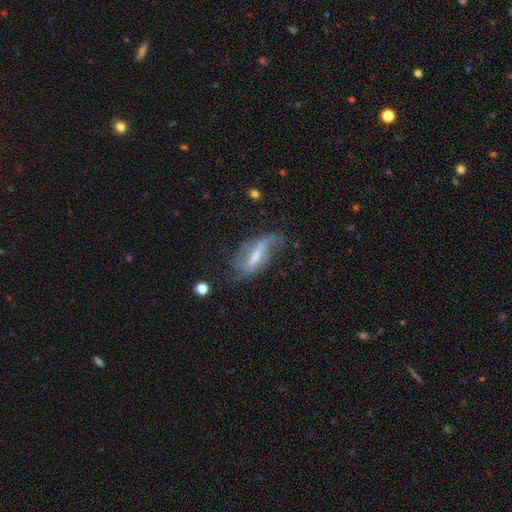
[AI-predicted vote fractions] Smooth or featured? Predicted: featured or disk (p=0.64). Edge-on disk? Predicted: no (p=0.81). Bar? Predicted: strong (p=0.48). Spiral arms? Predicted: yes (p=0.70). Bulge size? Predicted: moderate (p=0.40). Merging? Predicted: none (p=0.42).